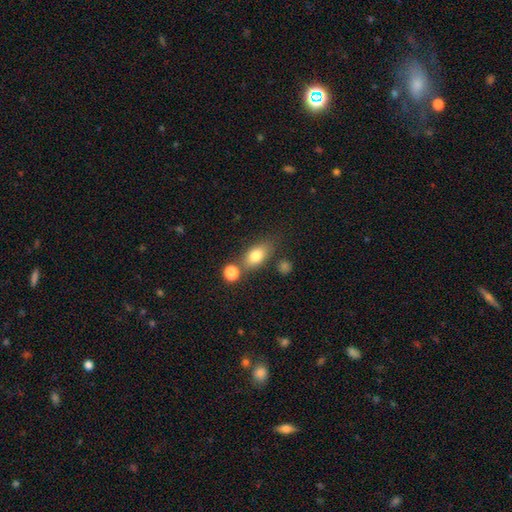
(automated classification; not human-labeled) Smooth or featured? smooth (77%)
How rounded? in between (79%)
Merging? none (65%)